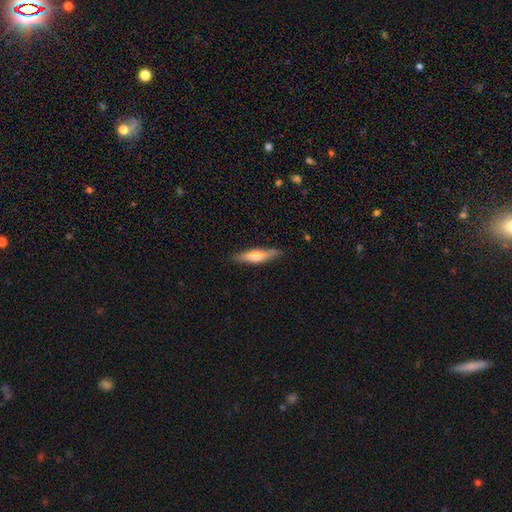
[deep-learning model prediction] Morphology: type=smooth (56%); roundness=cigar-shaped (76%); merging=none (85%).